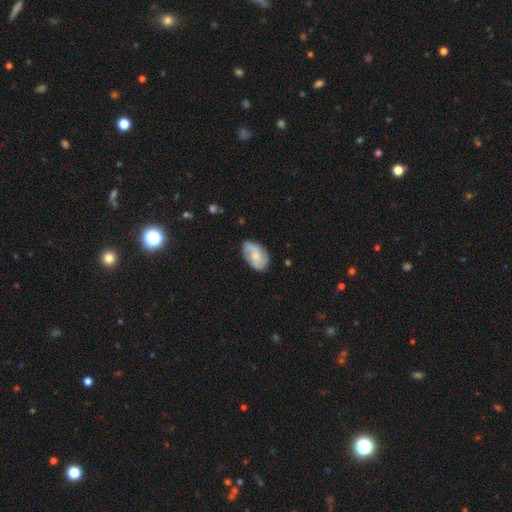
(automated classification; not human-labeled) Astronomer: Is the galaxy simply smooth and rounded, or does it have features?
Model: featured or disk — 56% (runner-up: smooth, 37%).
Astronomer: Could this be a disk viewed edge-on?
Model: no — 97%.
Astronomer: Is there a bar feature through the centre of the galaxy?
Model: no — 71%.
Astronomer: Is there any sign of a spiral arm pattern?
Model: yes — 87%.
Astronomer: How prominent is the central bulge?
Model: small — 53% (runner-up: moderate, 39%).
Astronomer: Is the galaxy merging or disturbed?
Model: none — 70%.